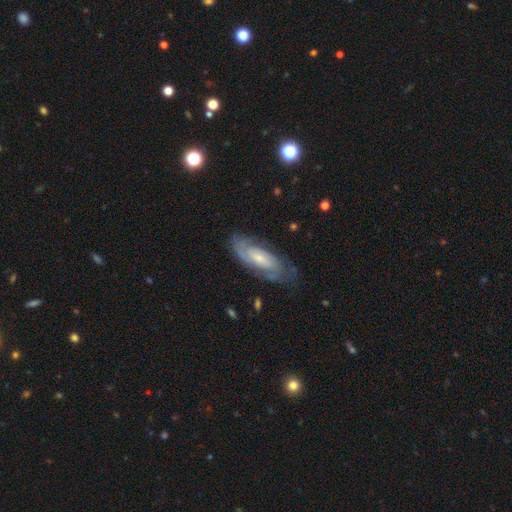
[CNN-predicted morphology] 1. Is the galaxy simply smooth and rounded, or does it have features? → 71% featured or disk, 20% smooth, 9% star or artifact.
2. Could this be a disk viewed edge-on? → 85% no, 15% yes.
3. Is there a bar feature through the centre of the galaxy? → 54% no, 37% weak, 9% strong.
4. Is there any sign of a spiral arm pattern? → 89% yes, 11% no.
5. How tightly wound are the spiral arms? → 56% tight, 34% medium, 10% loose.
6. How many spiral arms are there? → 46% 2, 39% can't tell, 6% 3, 4% 1, 3% 4, 2% more than 4.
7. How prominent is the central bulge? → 45% small, 43% moderate, 6% none, 5% large, 1% dominant.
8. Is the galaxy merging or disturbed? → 78% none, 15% minor disturbance, 5% major disturbance, 1% merger.